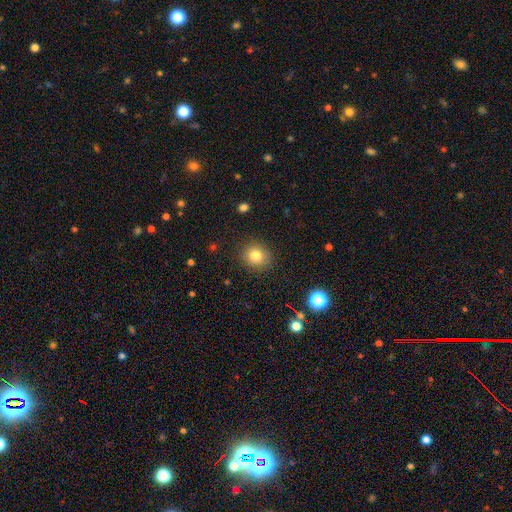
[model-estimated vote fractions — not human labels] A smooth galaxy with no disk features (82%) that is round (82%).

Vote fractions:
- Smooth or featured? smooth: 82% / star or artifact: 11% / featured or disk: 7%
- How rounded? round: 82% / in between: 17% / cigar-shaped: 1%
- Merging? none: 87% / minor disturbance: 9% / major disturbance: 3% / merger: 1%